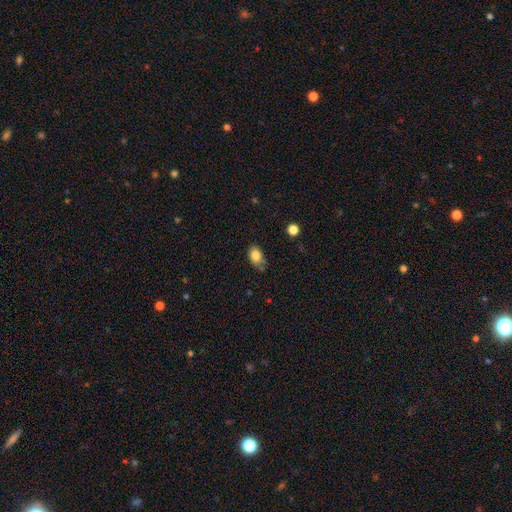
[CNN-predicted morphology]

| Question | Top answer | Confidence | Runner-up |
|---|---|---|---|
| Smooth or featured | smooth | 83% | star or artifact (9%) |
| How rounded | in between | 82% | round (17%) |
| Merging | none | 70% | minor disturbance (22%) |